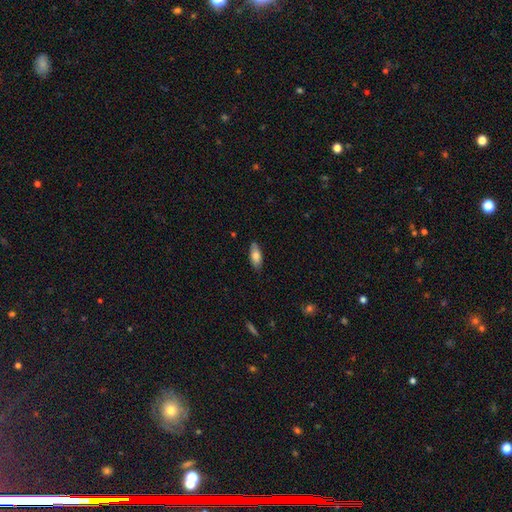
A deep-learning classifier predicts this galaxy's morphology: This is likely a smooth galaxy (78%). How rounded: clearly in between (80%). Merging: clearly none (83%).